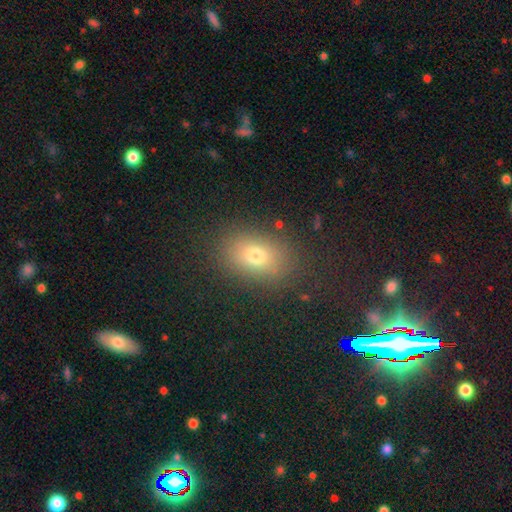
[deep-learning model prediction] Overall: smooth (74%). How rounded: in between (72%). Merging: none (83%).